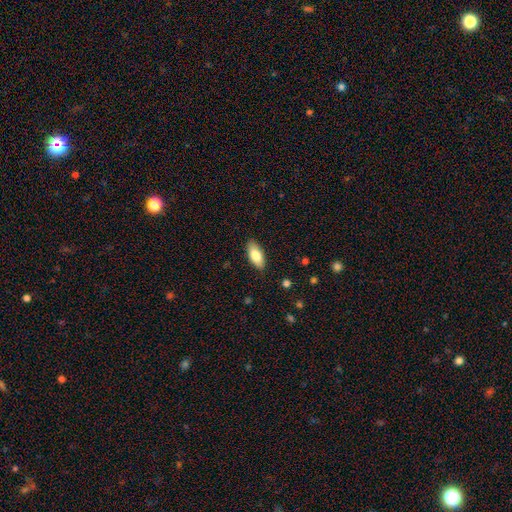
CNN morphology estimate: A smooth galaxy with no disk features (81%) that is in between round and cigar-shaped (86%). Merging: none (87%).